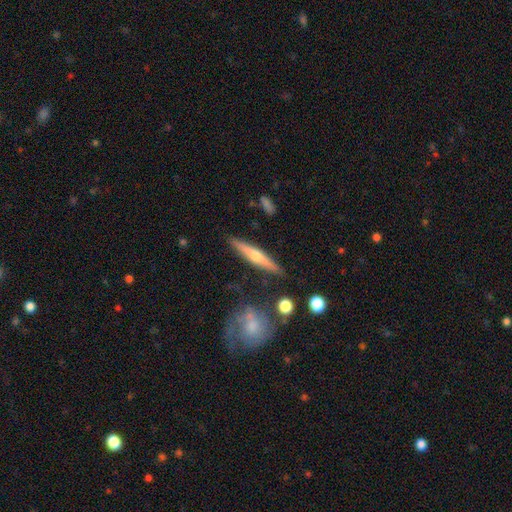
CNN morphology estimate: type=featured or disk (59%); edge-on=yes (95%); edge-on bulge=rounded (85%); merging=none (87%).